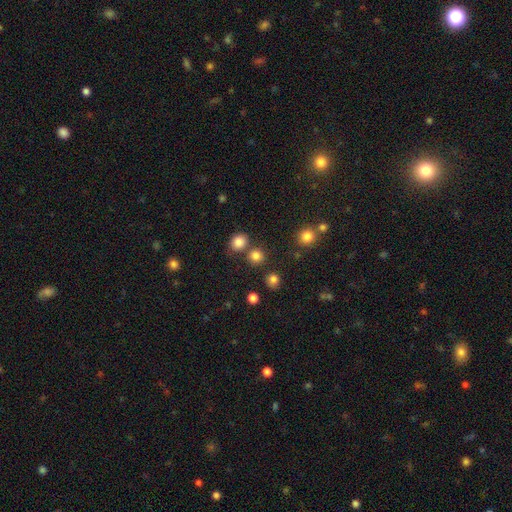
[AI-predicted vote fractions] Smooth or featured? Predicted: smooth (p=0.81). How rounded? Predicted: round (p=0.88). Merging? Predicted: none (p=0.74).